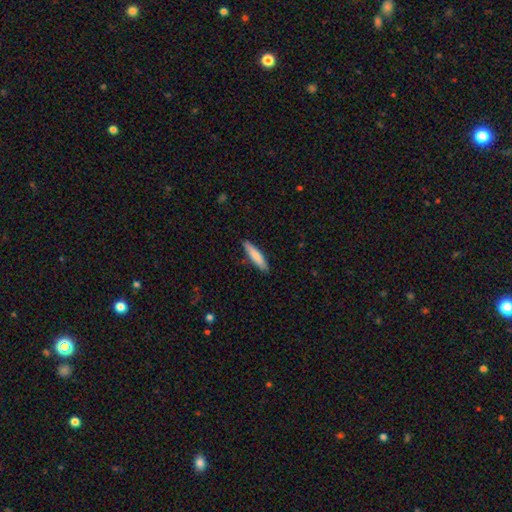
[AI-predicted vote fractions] Smooth or featured?
  - smooth: 80% *
  - featured or disk: 15%
  - star or artifact: 5%
How rounded?
  - cigar-shaped: 84% *
  - in between: 15%
  - round: 1%
Merging?
  - none: 89% *
  - minor disturbance: 9%
  - major disturbance: 2%
  - merger: 1%